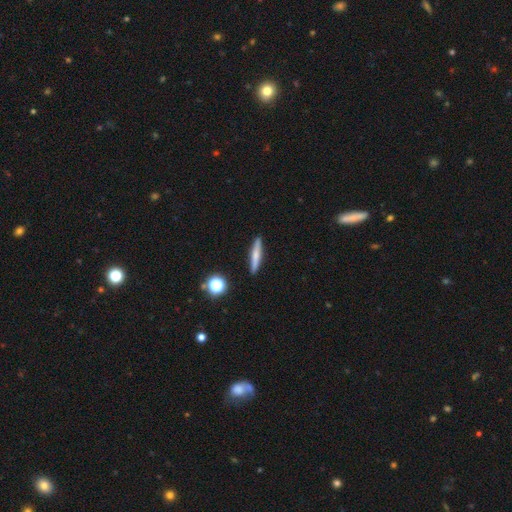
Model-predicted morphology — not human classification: smooth 61%, featured or disk 31%, star or artifact 8%. Down the decision tree: how rounded — cigar-shaped (90%); merging — none (90%).